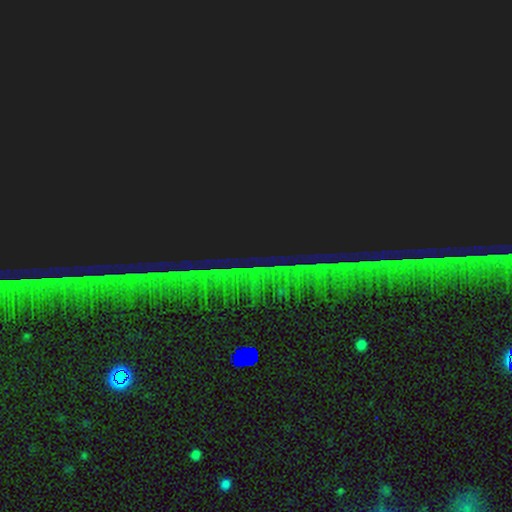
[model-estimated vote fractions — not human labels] This is clearly a star or artifact rather than a galaxy (87%).